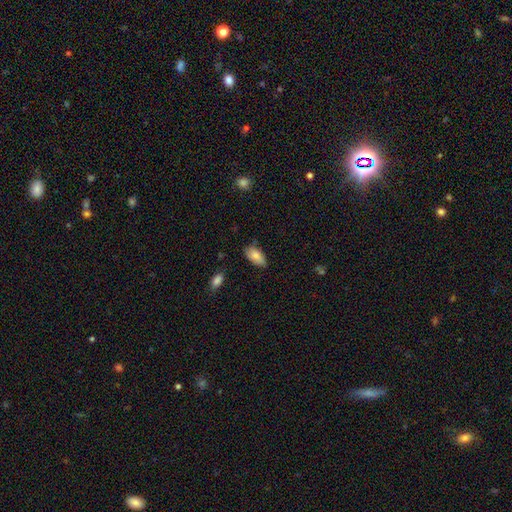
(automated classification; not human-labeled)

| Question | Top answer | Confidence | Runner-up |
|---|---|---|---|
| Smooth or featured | smooth | 83% | featured or disk (11%) |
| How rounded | in between | 93% | cigar-shaped (4%) |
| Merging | none | 68% | minor disturbance (26%) |